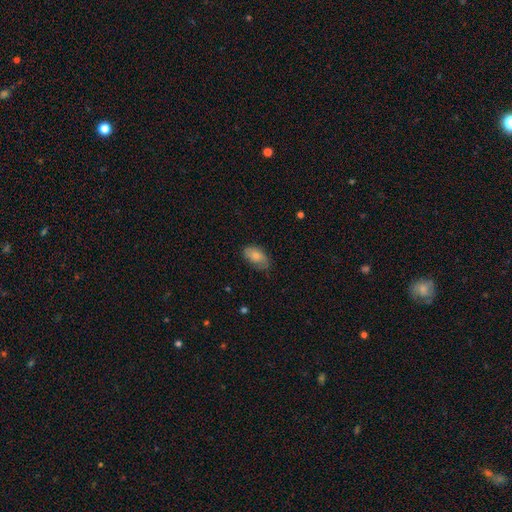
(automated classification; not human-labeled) Morphology: type=smooth (81%); roundness=in between (93%); merging=none (70%).